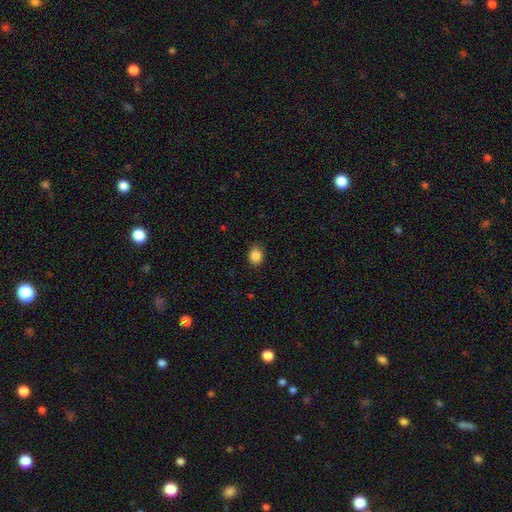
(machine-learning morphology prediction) Q: Smooth or featured?
A: smooth (87%); runner-up: star or artifact (9%)
Q: How rounded?
A: in between (50%); runner-up: round (49%)
Q: Merging?
A: none (85%); runner-up: minor disturbance (11%)